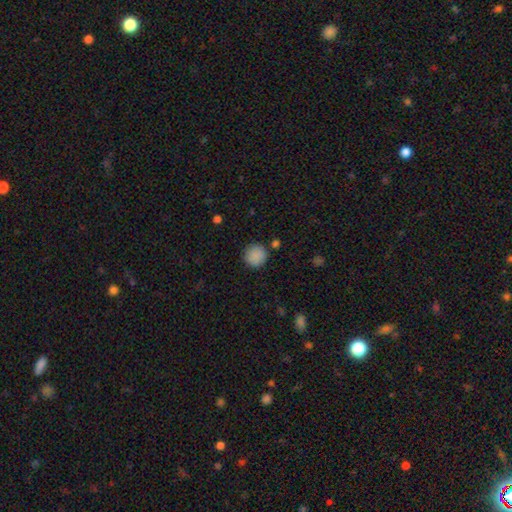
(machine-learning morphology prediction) A smooth galaxy with no disk features (88%) that is round (94%). Merging: none (85%).